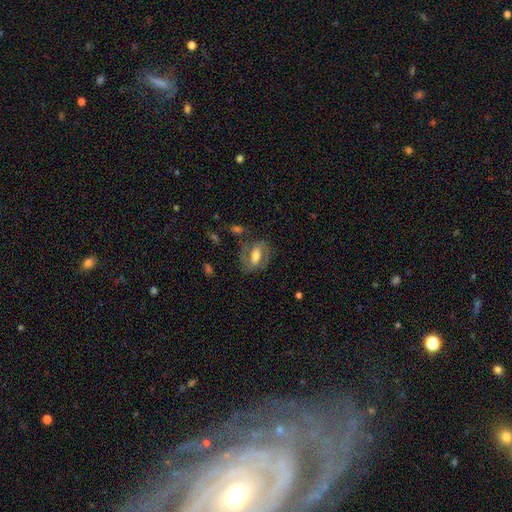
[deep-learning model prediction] A featured or disk galaxy (64%) with a strong bar (43%), spiral arms (75%) and a moderate central bulge (53%).

Vote fractions:
- Smooth or featured? featured or disk: 64% / smooth: 29% / star or artifact: 7%
- Edge-on disk? no: 92% / yes: 8%
- Bar? strong: 43% / weak: 35% / no: 22%
- Spiral arms? yes: 75% / no: 25%
- Bulge size? moderate: 53% / large: 27% / small: 15% / none: 3% / dominant: 2%
- Merging? none: 66% / minor disturbance: 18% / major disturbance: 12% / merger: 4%